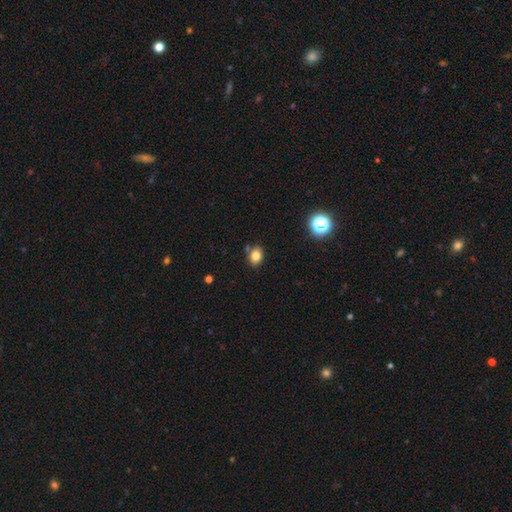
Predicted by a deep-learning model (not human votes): The model was most divided on "how rounded": in between: 53%, round: 46%, cigar-shaped: 1%. More confident: smooth or featured — smooth (80%); merging — none (79%).